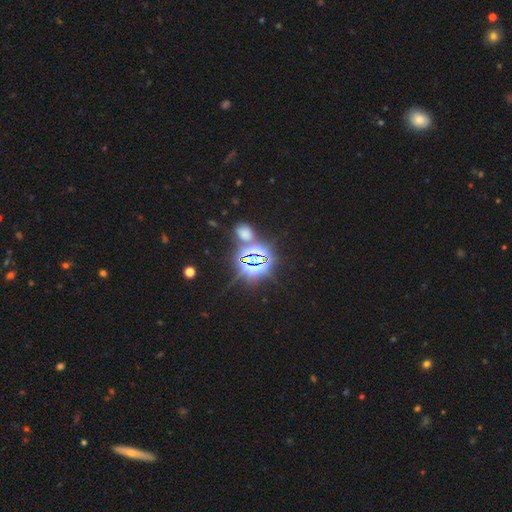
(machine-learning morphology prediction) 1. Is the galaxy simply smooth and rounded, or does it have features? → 80% star or artifact, 14% smooth, 6% featured or disk.